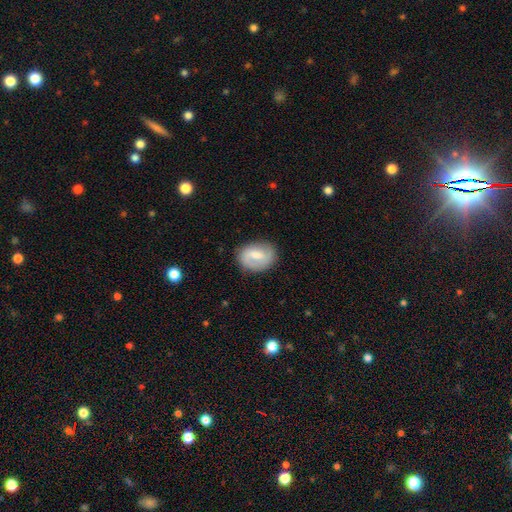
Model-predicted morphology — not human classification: Smooth or featured? Predicted: featured or disk (p=0.51). Edge-on disk? Predicted: no (p=0.97). Merging? Predicted: none (p=0.78).